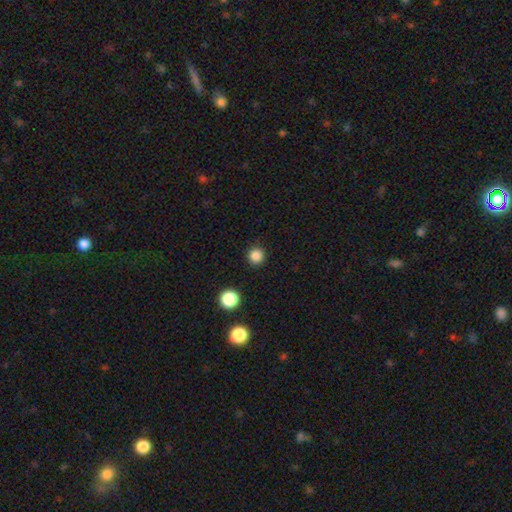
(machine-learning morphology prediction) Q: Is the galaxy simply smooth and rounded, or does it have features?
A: smooth — 85%.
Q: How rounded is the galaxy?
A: round — 95%.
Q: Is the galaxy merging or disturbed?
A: none — 91%.